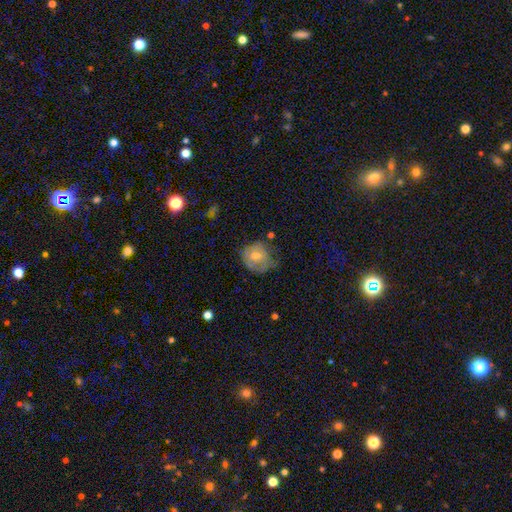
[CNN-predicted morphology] The model was most divided on "smooth or featured": smooth: 54%, featured or disk: 36%, star or artifact: 10%. More confident: how rounded — round (70%); merging — none (52%).